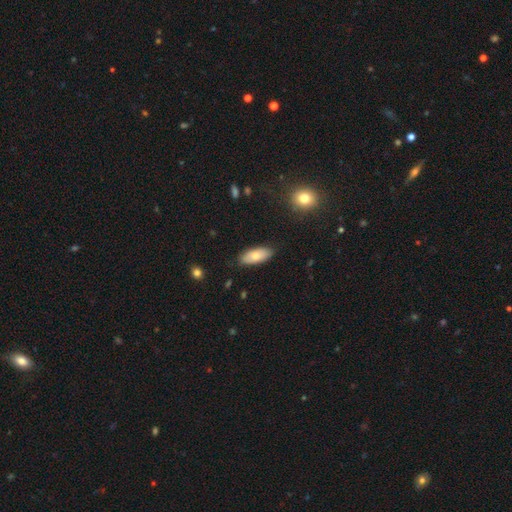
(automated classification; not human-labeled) Smooth or featured?
  - smooth: 75% *
  - featured or disk: 19%
  - star or artifact: 6%
How rounded?
  - in between: 83% *
  - cigar-shaped: 15%
  - round: 2%
Merging?
  - none: 86% *
  - minor disturbance: 11%
  - major disturbance: 2%
  - merger: 1%